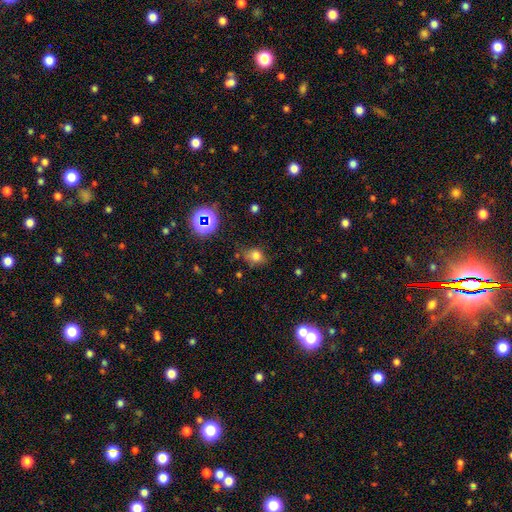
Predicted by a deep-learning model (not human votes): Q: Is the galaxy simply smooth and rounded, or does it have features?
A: smooth — 74%.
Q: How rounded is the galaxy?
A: round — 51%.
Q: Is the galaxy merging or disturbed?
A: none — 67%.